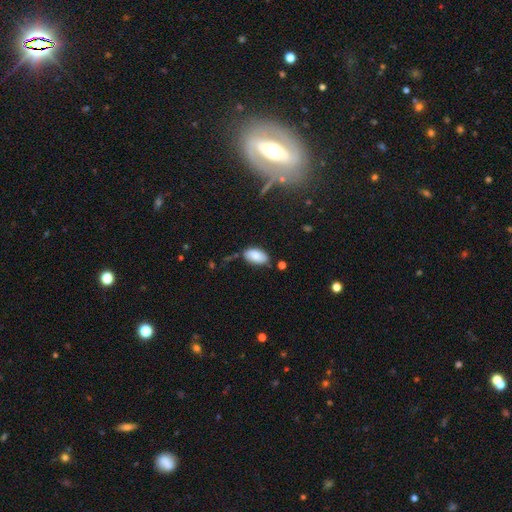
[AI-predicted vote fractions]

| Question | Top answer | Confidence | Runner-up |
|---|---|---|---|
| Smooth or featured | smooth | 83% | featured or disk (9%) |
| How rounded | in between | 95% | round (3%) |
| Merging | none | 72% | minor disturbance (21%) |